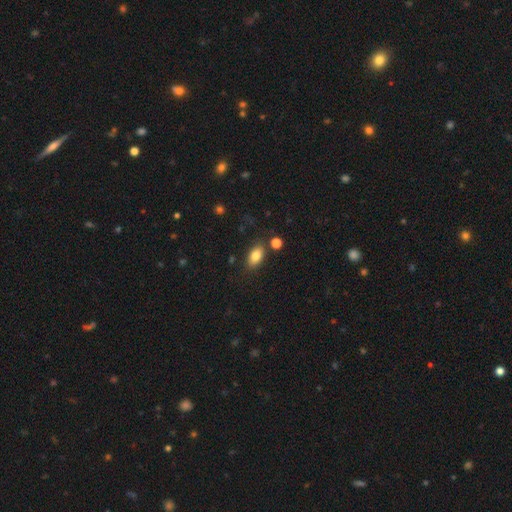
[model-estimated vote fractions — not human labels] This appears to be a smooth galaxy with no disk features (82%) that is in between round and cigar-shaped (88%). Merging: none (79%).